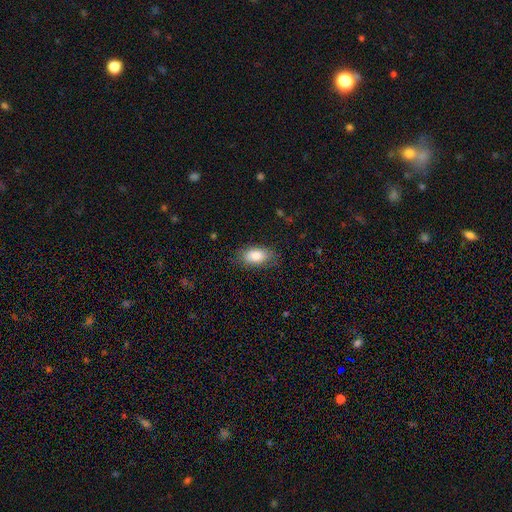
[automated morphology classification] Smooth or featured: smooth — 83% (featured or disk — 9%)
How rounded: in between — 91% (round — 6%)
Merging: none — 80% (minor disturbance — 15%)